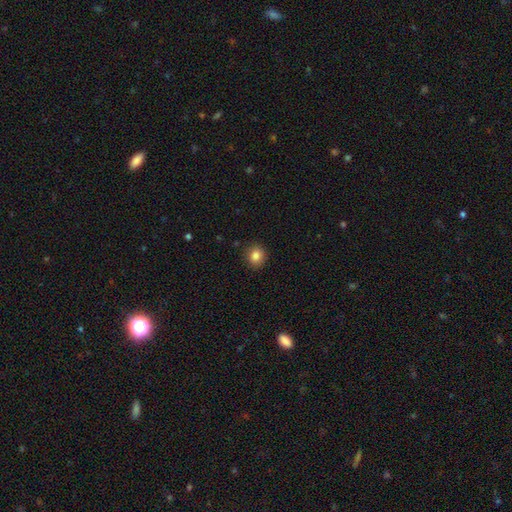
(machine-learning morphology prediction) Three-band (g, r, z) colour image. It shows a smooth galaxy with no disk features (84%) that is round (84%). Merging: none (90%).